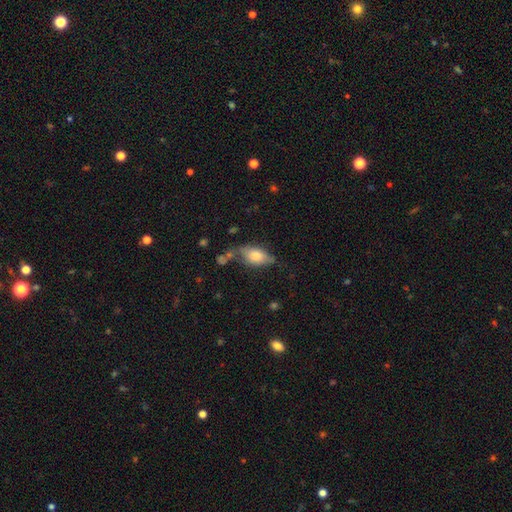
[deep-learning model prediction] Smooth or featured: smooth — 65% (featured or disk — 28%)
How rounded: in between — 86% (cigar-shaped — 9%)
Merging: none — 52% (minor disturbance — 28%)